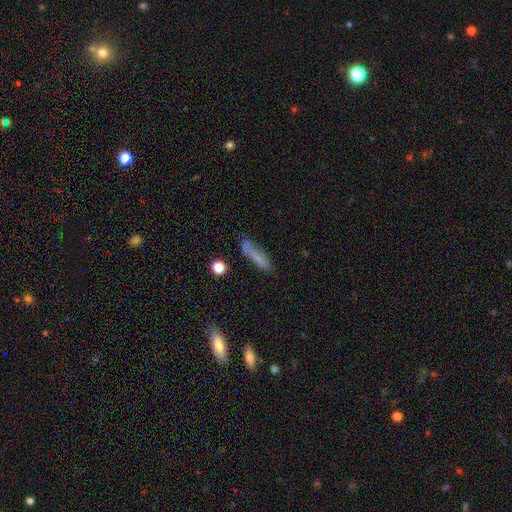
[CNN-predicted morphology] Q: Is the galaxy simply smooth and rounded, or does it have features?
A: smooth — 67%.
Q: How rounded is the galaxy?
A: cigar-shaped — 76%.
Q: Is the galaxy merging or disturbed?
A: none — 62%.